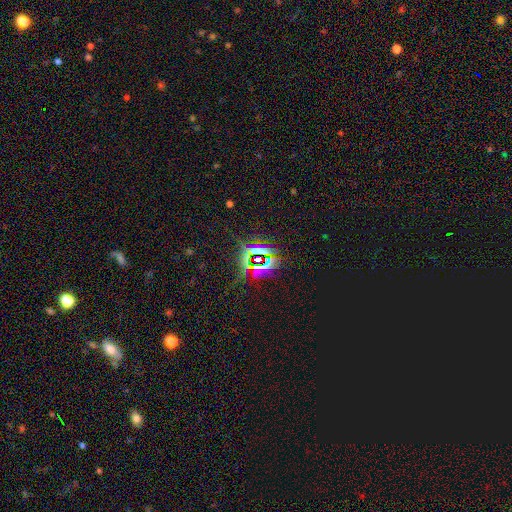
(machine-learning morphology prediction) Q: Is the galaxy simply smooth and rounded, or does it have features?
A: star or artifact — 79%.